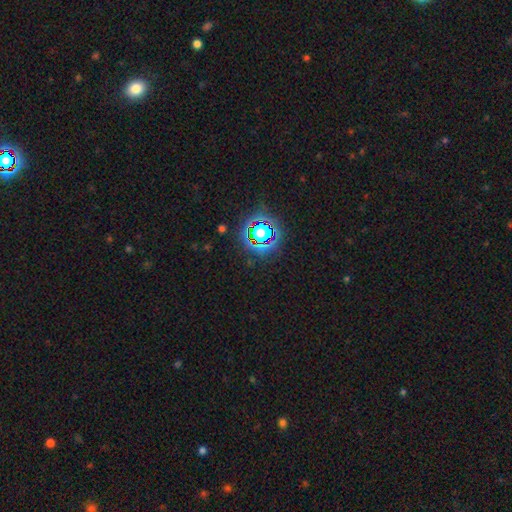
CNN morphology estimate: Smooth or featured? star or artifact (82%)